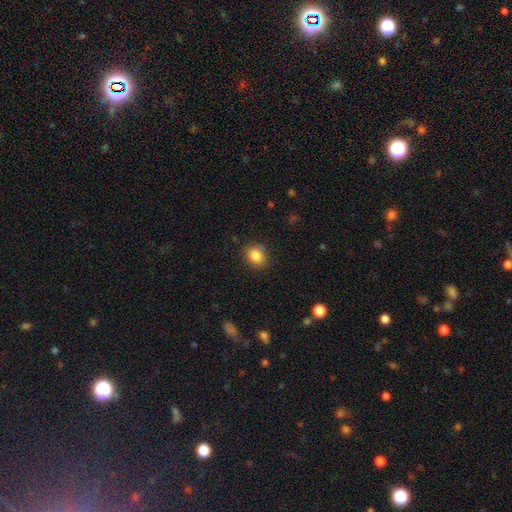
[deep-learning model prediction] Overall: smooth (84%). How rounded: round (54%; in between 45%). Merging: none (81%).